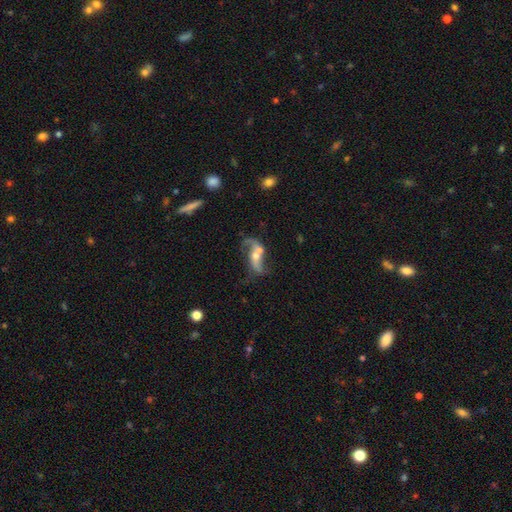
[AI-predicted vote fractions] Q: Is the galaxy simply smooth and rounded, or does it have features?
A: featured or disk — 77%.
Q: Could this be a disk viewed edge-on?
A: no — 93%.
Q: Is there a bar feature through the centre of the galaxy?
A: no — 57%.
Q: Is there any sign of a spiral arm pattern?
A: yes — 86%.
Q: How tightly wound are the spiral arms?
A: loose — 82%.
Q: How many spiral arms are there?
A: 2 — 84%.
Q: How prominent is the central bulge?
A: moderate — 55%.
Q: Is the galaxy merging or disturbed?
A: none — 37%.